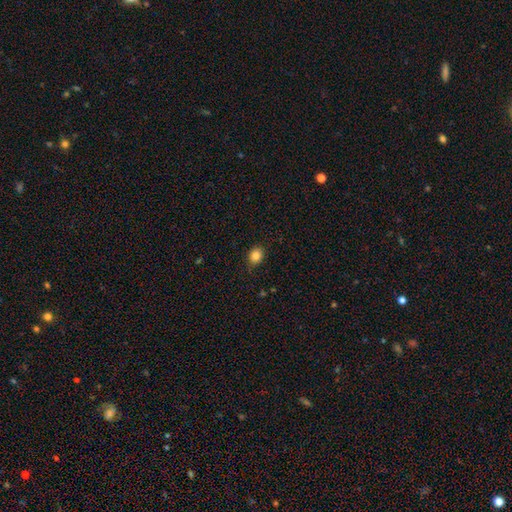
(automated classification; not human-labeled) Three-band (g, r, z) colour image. It shows a smooth galaxy with no disk features (85%) that is round (57%). Merging: none (85%).